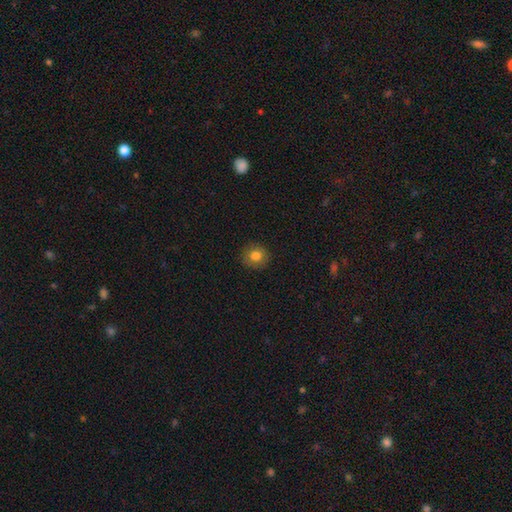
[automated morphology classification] A smooth galaxy with no disk features (80%) that is round (90%). Merging: none (89%).